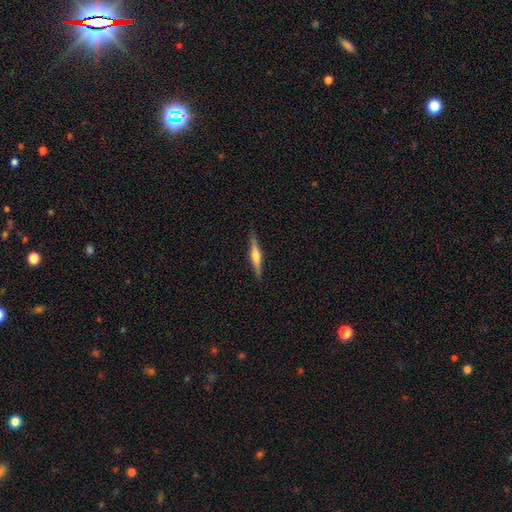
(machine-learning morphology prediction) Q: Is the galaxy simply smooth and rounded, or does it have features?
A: featured or disk — 69%.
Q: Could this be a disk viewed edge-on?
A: yes — 98%.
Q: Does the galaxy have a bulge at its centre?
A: rounded — 85%.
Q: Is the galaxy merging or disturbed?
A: none — 89%.